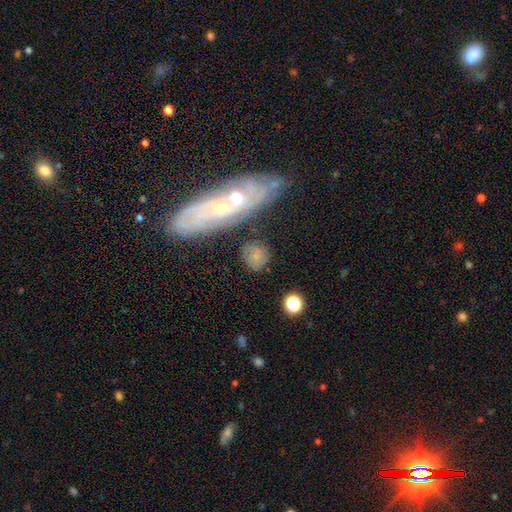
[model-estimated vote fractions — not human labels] smooth 64%, featured or disk 25%, star or artifact 11%. Down the decision tree: how rounded — round (72%); merging — none (74%).